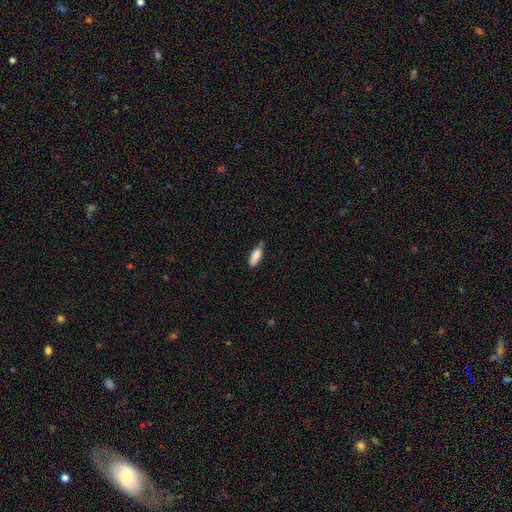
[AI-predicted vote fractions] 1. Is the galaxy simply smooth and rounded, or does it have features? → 86% smooth, 7% featured or disk, 7% star or artifact.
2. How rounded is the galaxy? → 65% in between, 34% cigar-shaped, 2% round.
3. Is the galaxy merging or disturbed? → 65% none, 26% minor disturbance, 4% major disturbance, 4% merger.